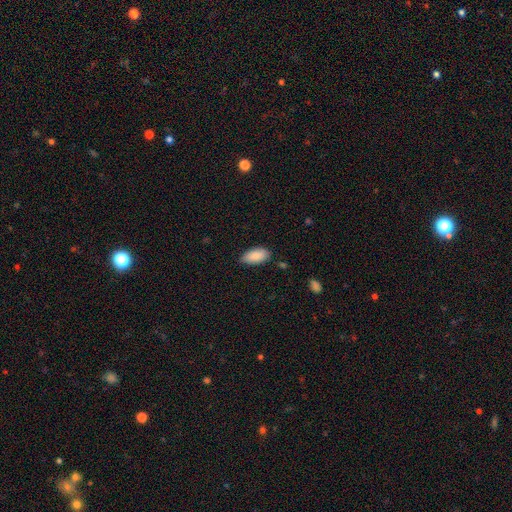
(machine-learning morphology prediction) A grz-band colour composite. It shows a smooth galaxy with no disk features (88%) that is in between round and cigar-shaped (93%). Merging: none (79%).